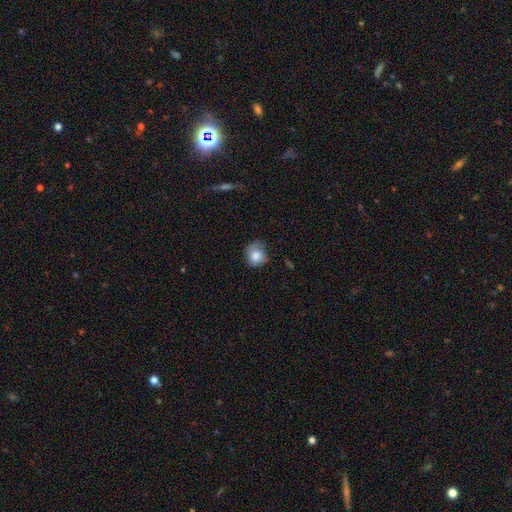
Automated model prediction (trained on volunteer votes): A smooth galaxy with no disk features (76%) that is round (72%).

Vote fractions:
- Smooth or featured? smooth: 76% / featured or disk: 15% / star or artifact: 8%
- How rounded? round: 72% / in between: 27% / cigar-shaped: 1%
- Merging? none: 49% / minor disturbance: 34% / major disturbance: 15% / merger: 2%